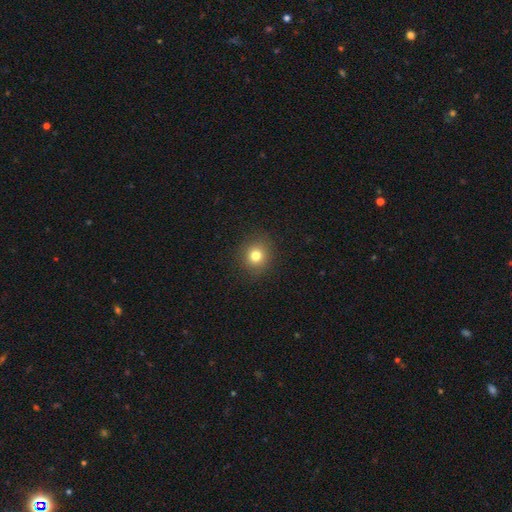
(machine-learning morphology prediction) smooth 79%, star or artifact 13%, featured or disk 8%. Down the decision tree: how rounded — round (84%); merging — none (90%).